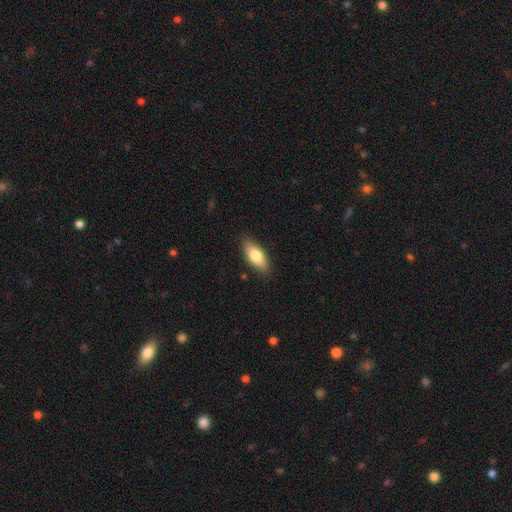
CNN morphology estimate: A smooth galaxy with no disk features (76%) that is in between round and cigar-shaped (78%).

Vote fractions:
- Smooth or featured? smooth: 76% / featured or disk: 18% / star or artifact: 6%
- How rounded? in between: 78% / cigar-shaped: 19% / round: 3%
- Merging? none: 86% / minor disturbance: 10% / major disturbance: 2% / merger: 1%